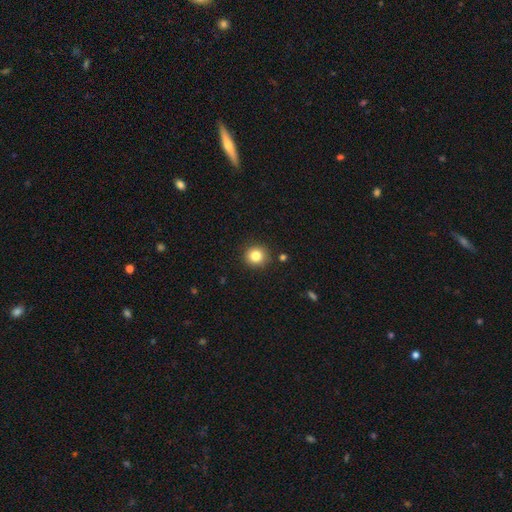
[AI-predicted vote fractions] smooth 83%, star or artifact 11%, featured or disk 6%. Down the decision tree: how rounded — round (92%); merging — none (89%).